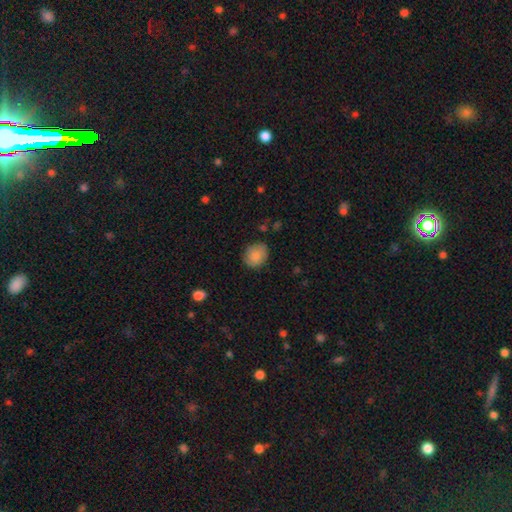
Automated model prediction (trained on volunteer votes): A smooth galaxy with no disk features (86%) that is round (68%).

Vote fractions:
- Smooth or featured? smooth: 86% / star or artifact: 7% / featured or disk: 7%
- How rounded? round: 68% / in between: 31% / cigar-shaped: 1%
- Merging? none: 80% / minor disturbance: 15% / major disturbance: 3% / merger: 1%